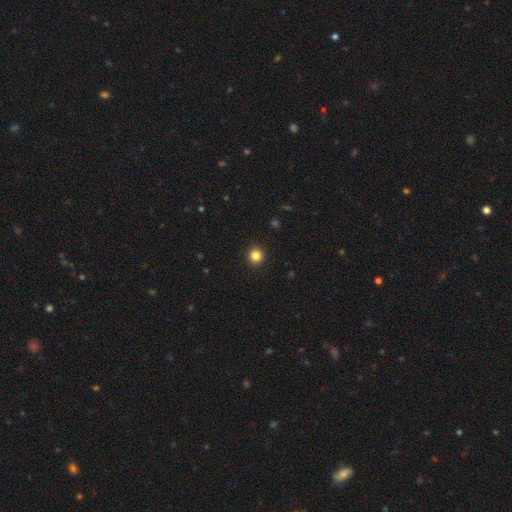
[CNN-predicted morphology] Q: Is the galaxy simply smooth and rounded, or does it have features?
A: smooth — 84%.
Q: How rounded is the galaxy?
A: round — 93%.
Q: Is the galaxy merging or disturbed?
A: none — 93%.